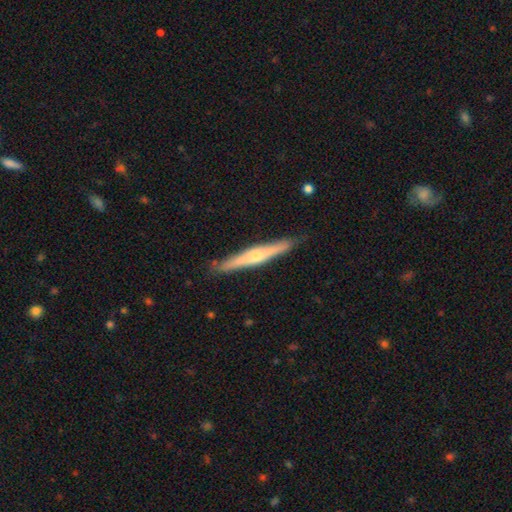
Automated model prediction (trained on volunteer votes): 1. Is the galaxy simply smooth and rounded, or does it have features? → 66% featured or disk, 29% smooth, 5% star or artifact.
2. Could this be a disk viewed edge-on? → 96% yes, 4% no.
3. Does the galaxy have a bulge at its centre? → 82% rounded, 11% none, 6% boxy.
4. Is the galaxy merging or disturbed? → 87% none, 10% minor disturbance, 2% major disturbance, 1% merger.